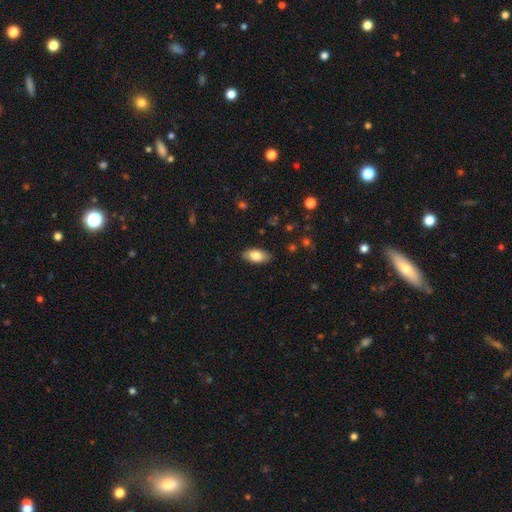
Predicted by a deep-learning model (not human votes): Overall: smooth (82%). How rounded: in between (92%). Merging: none (88%).